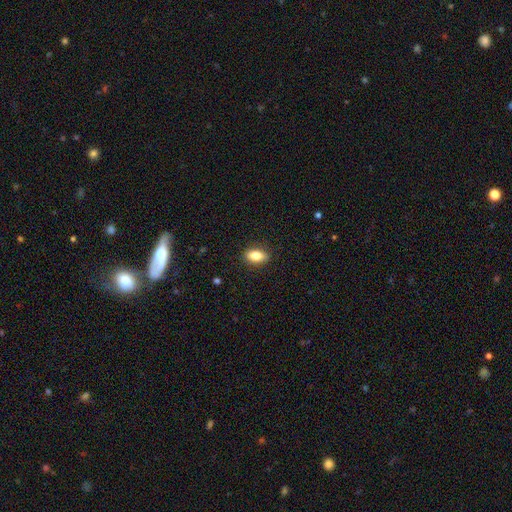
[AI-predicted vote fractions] smooth_or_featured: smooth (p=0.82) [alt: featured or disk p=0.11]
how_rounded: in between (p=0.86) [alt: cigar-shaped p=0.08]
merging: none (p=0.88) [alt: minor disturbance p=0.09]